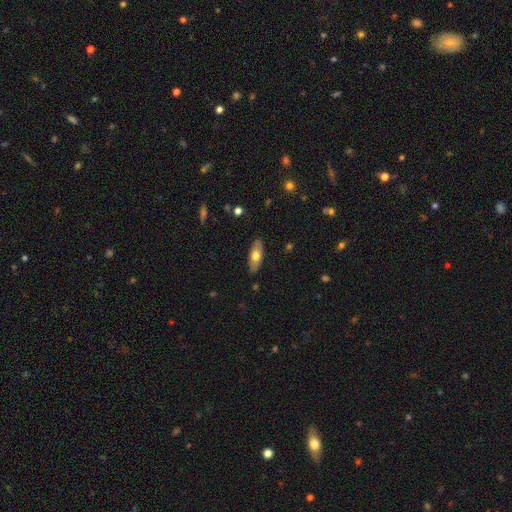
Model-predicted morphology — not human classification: smooth_or_featured: smooth (p=0.59) [alt: featured or disk p=0.35]
how_rounded: in between (p=0.69) [alt: cigar-shaped p=0.28]
merging: none (p=0.87) [alt: minor disturbance p=0.10]